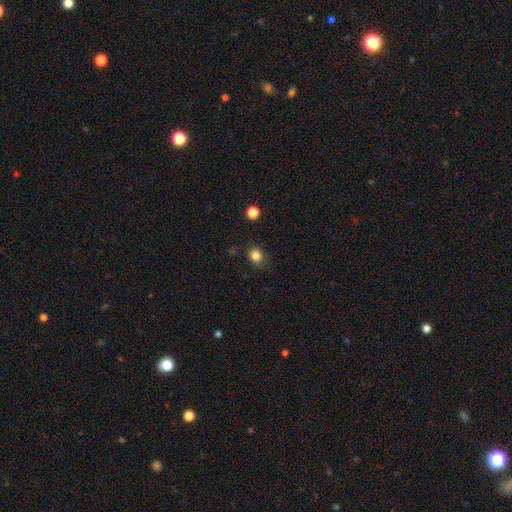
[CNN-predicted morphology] The model was most divided on "how rounded": round: 83%, in between: 16%, cigar-shaped: 1%. More confident: merging — none (85%); smooth or featured — smooth (83%).